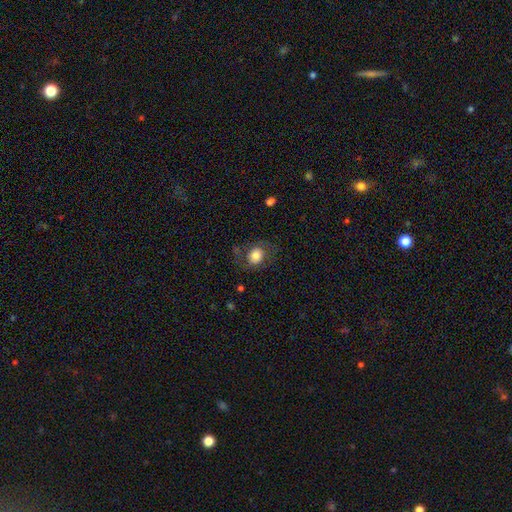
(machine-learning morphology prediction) This appears to be a smooth galaxy with no disk features (70%) that is round (55%). Merging: none (67%).